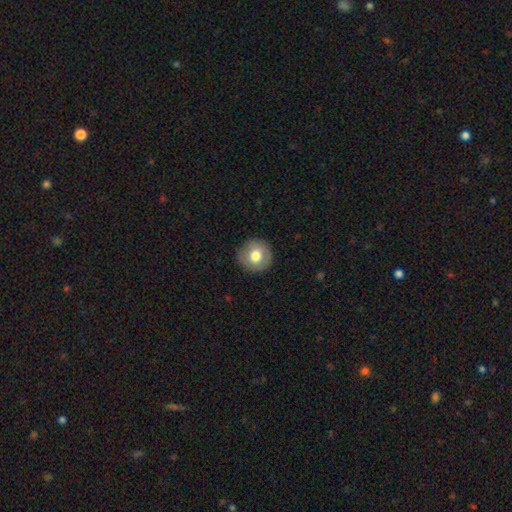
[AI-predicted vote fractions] smooth 76%, featured or disk 16%, star or artifact 8%. Down the decision tree: how rounded — round (94%); merging — none (91%).